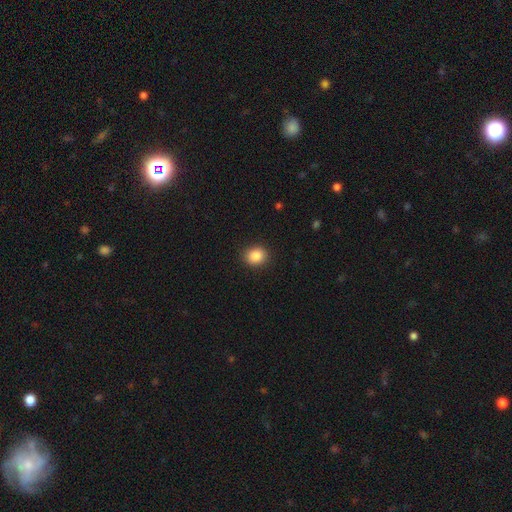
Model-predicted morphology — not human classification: A smooth galaxy with no disk features (87%) that is round (71%).

Vote fractions:
- Smooth or featured? smooth: 87% / star or artifact: 9% / featured or disk: 4%
- How rounded? round: 71% / in between: 28% / cigar-shaped: 1%
- Merging? none: 89% / minor disturbance: 7% / major disturbance: 2% / merger: 1%